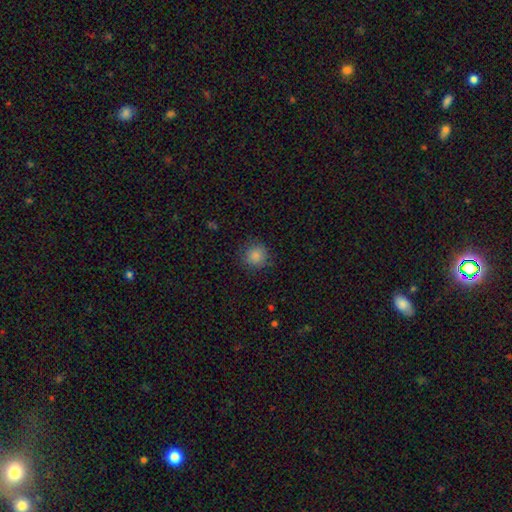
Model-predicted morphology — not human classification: Smooth or featured? smooth (86%)
How rounded? round (92%)
Merging? none (84%)